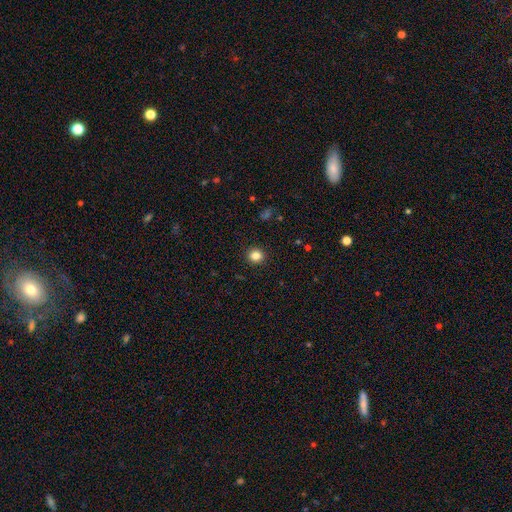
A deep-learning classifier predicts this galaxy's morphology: This appears to be a smooth galaxy with no disk features (84%) that is round (86%). Merging: none (92%).